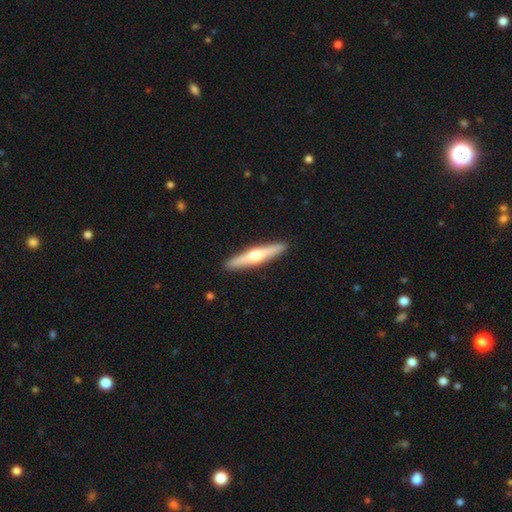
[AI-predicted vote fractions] smooth_or_featured: featured or disk (p=0.63) [alt: smooth p=0.32]
disk_edge_on: yes (p=0.97) [alt: no p=0.03]
edge_on_bulge: rounded (p=0.93) [alt: none p=0.04]
merging: none (p=0.92) [alt: minor disturbance p=0.06]